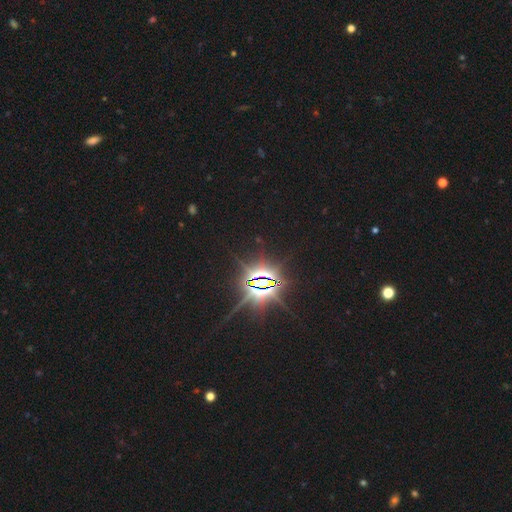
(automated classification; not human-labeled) This is clearly a star or artifact rather than a galaxy (88%).